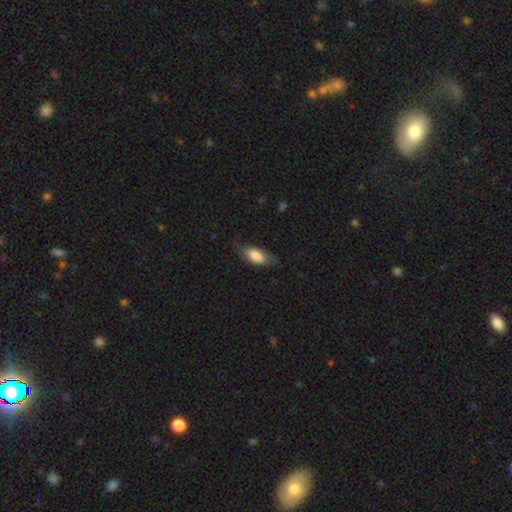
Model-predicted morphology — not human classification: Smooth or featured?
  - smooth: 75% *
  - featured or disk: 19%
  - star or artifact: 6%
How rounded?
  - in between: 84% *
  - cigar-shaped: 13%
  - round: 3%
Merging?
  - none: 65% *
  - minor disturbance: 26%
  - major disturbance: 8%
  - merger: 1%